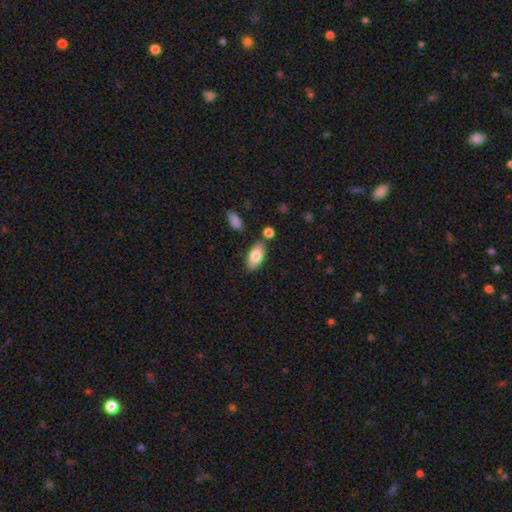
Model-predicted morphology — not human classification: Smooth or featured? Predicted: smooth (p=0.82). How rounded? Predicted: in between (p=0.92). Merging? Predicted: none (p=0.79).